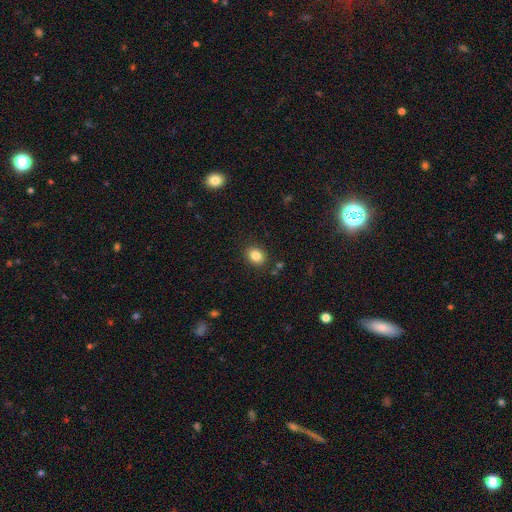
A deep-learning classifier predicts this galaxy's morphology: Q: Smooth or featured?
A: smooth (84%); runner-up: star or artifact (10%)
Q: How rounded?
A: round (56%); runner-up: in between (43%)
Q: Merging?
A: none (87%); runner-up: minor disturbance (8%)